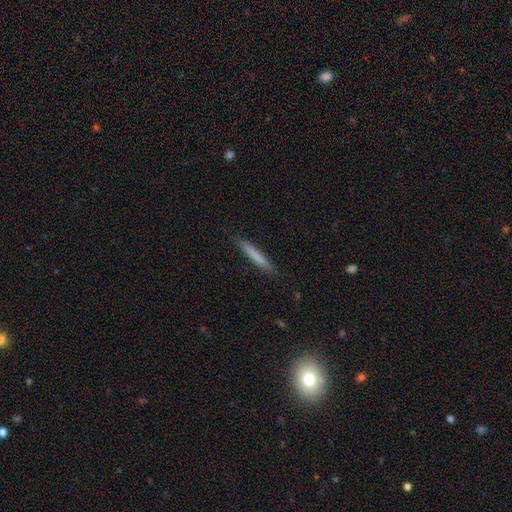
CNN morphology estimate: Smooth or featured?
  - smooth: 73% *
  - featured or disk: 21%
  - star or artifact: 6%
How rounded?
  - cigar-shaped: 95% *
  - in between: 3%
  - round: 1%
Merging?
  - none: 87% *
  - minor disturbance: 10%
  - major disturbance: 2%
  - merger: 1%